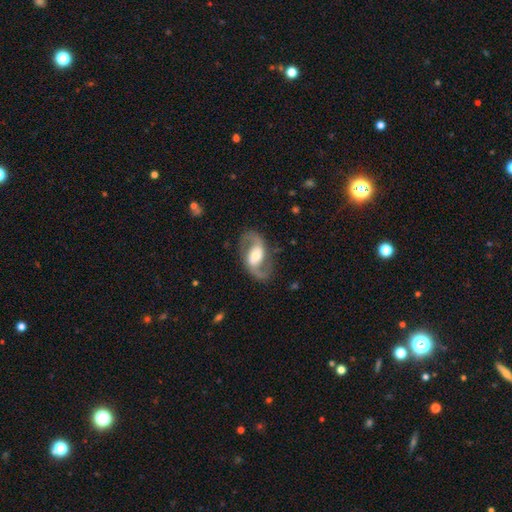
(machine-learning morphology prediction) Smooth or featured?
  - featured or disk: 87% *
  - smooth: 9%
  - star or artifact: 5%
Edge-on disk?
  - no: 97% *
  - yes: 3%
Bar?
  - weak: 39% *
  - no: 31%
  - strong: 30%
Spiral arms?
  - yes: 94% *
  - no: 6%
Spiral winding?
  - medium: 52% *
  - loose: 36%
  - tight: 12%
Spiral arm count?
  - 2: 93% *
  - can't tell: 2%
  - 1: 2%
  - 3: 1%
  - 4: 1%
  - more than 4: 1%
Bulge size?
  - moderate: 61% *
  - small: 19%
  - large: 17%
  - dominant: 2%
  - none: 1%
Merging?
  - none: 82% *
  - minor disturbance: 11%
  - major disturbance: 6%
  - merger: 1%